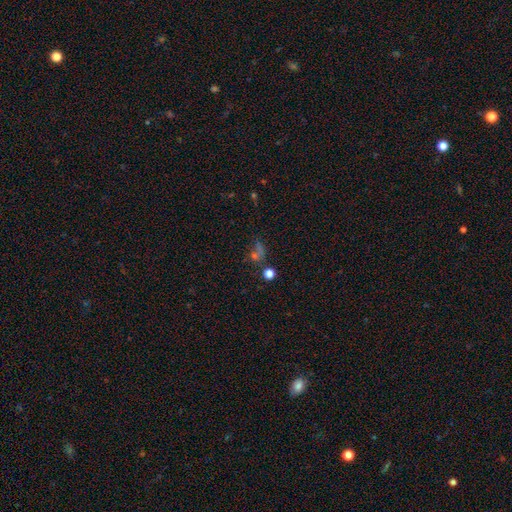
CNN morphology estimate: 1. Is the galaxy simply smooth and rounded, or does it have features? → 42% star or artifact, 38% smooth, 20% featured or disk.